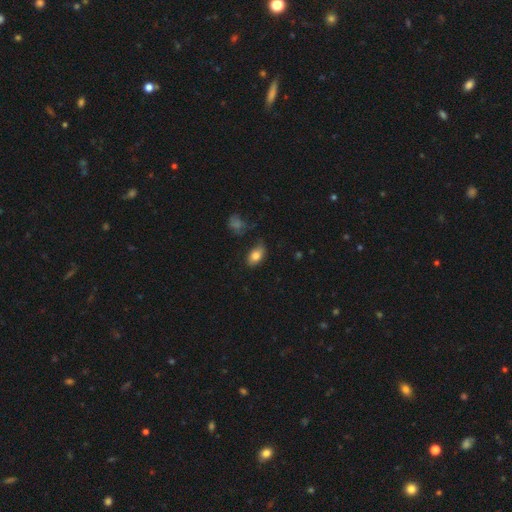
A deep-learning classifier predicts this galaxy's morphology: Smooth or featured?
  - smooth: 81% *
  - featured or disk: 11%
  - star or artifact: 8%
How rounded?
  - in between: 90% *
  - round: 7%
  - cigar-shaped: 3%
Merging?
  - none: 70% *
  - minor disturbance: 22%
  - major disturbance: 5%
  - merger: 3%